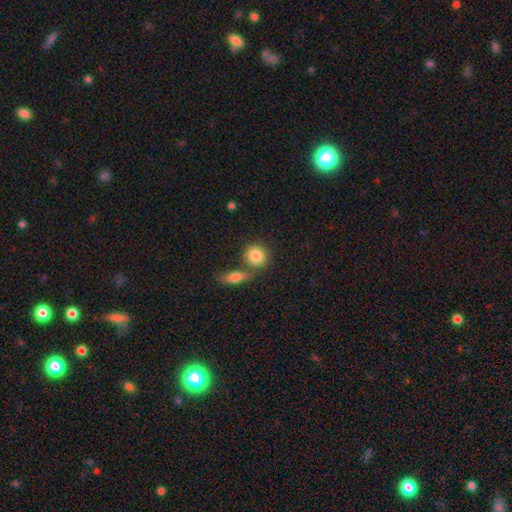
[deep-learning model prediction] The model was most divided on "merging": none: 57%, merger: 29%, minor disturbance: 10%, major disturbance: 4%. More confident: smooth or featured — smooth (84%); how rounded — round (79%).